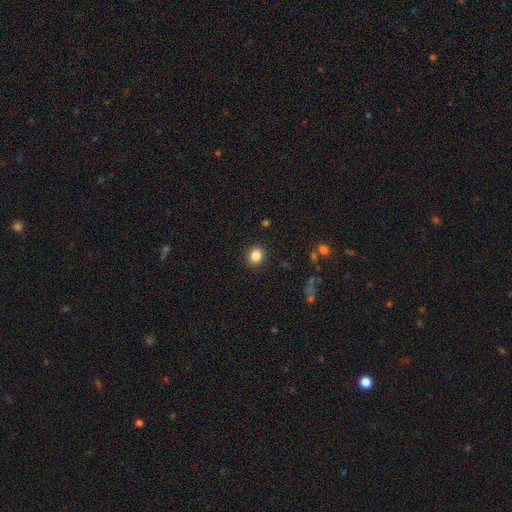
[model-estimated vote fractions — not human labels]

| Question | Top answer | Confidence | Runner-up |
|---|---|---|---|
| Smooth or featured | smooth | 84% | star or artifact (10%) |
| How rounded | round | 65% | in between (35%) |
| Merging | none | 90% | minor disturbance (6%) |